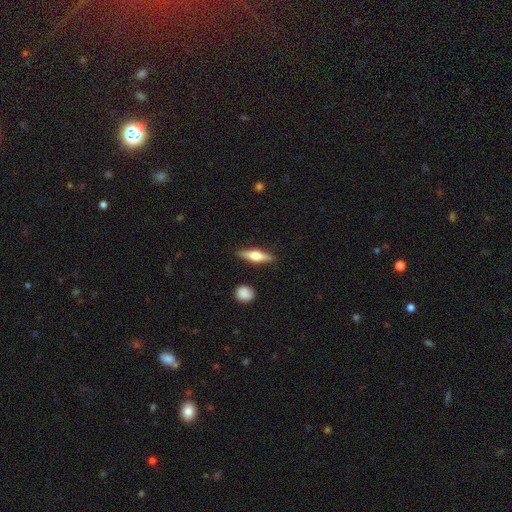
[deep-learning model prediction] smooth_or_featured: featured or disk (p=0.51) [alt: smooth p=0.43]
disk_edge_on: yes (p=0.94) [alt: no p=0.06]
merging: none (p=0.87) [alt: minor disturbance p=0.09]